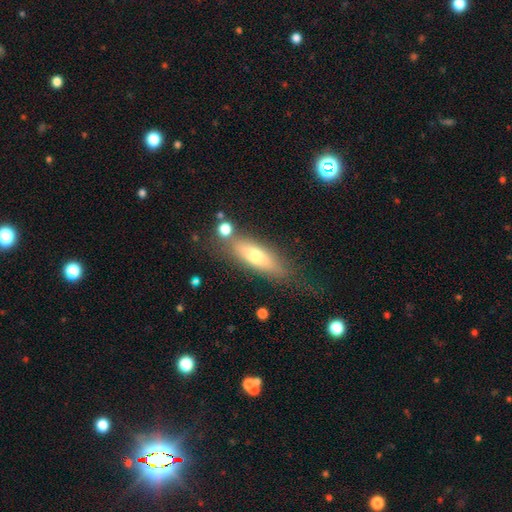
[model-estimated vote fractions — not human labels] smooth_or_featured: smooth (p=0.63) [alt: featured or disk p=0.29]
how_rounded: in between (p=0.51) [alt: cigar-shaped p=0.46]
merging: none (p=0.67) [alt: minor disturbance p=0.18]